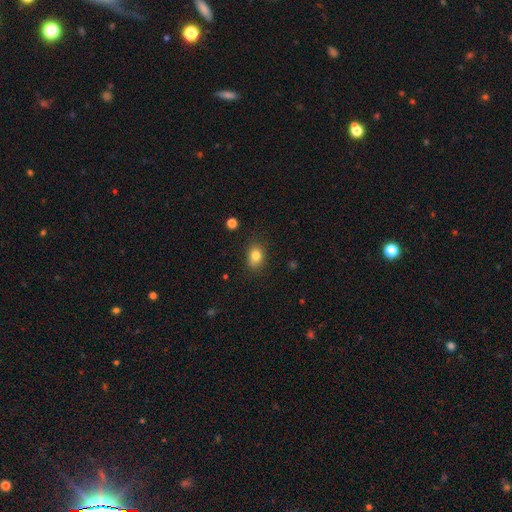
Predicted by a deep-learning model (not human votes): A smooth galaxy with no disk features (81%) that is in between round and cigar-shaped (61%).

Vote fractions:
- Smooth or featured? smooth: 81% / star or artifact: 11% / featured or disk: 8%
- How rounded? in between: 61% / round: 38% / cigar-shaped: 1%
- Merging? none: 79% / minor disturbance: 16% / major disturbance: 3% / merger: 2%